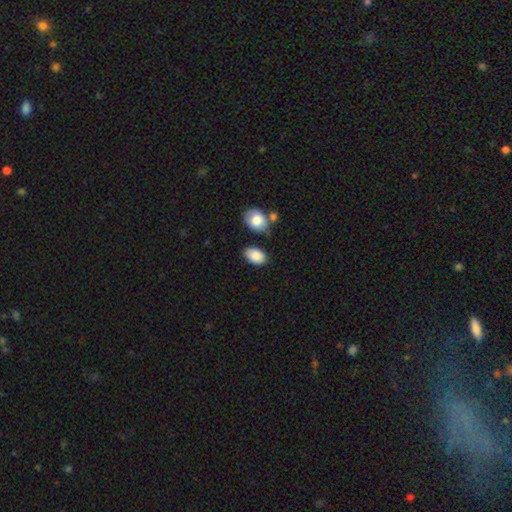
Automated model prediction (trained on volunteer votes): Morphology: type=smooth (86%); roundness=in between (88%); merging=none (70%).